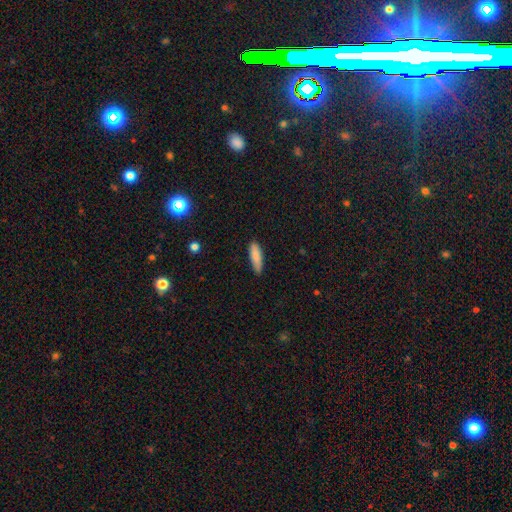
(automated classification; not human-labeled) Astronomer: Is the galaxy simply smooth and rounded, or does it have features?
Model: smooth — 85%.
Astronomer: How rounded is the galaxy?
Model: cigar-shaped — 57% (runner-up: in between, 42%).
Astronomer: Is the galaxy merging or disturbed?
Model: none — 79%.